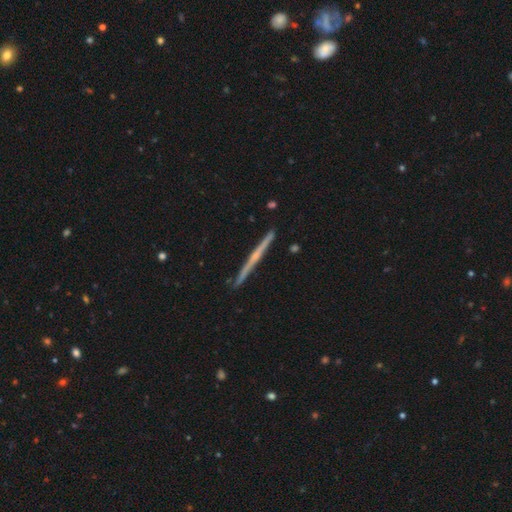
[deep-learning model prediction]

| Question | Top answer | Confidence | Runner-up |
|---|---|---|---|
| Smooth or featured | featured or disk | 72% | smooth (23%) |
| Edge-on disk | yes | 98% | no (2%) |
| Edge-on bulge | none | 50% | rounded (43%) |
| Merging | none | 91% | minor disturbance (7%) |